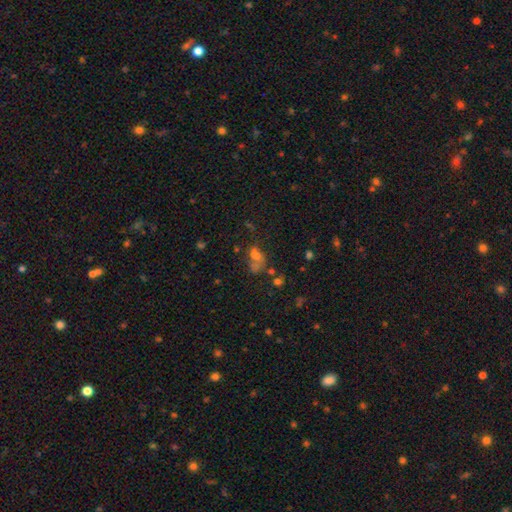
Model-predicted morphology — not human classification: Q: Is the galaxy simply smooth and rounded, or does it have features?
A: smooth — 51%.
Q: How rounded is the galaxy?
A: in between — 63%.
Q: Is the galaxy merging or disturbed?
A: merger — 38%.